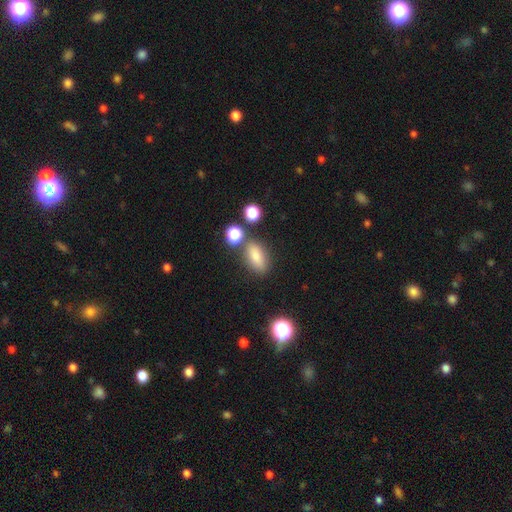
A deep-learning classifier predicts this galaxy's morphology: This appears to be a smooth galaxy with no disk features (79%) that is in between round and cigar-shaped (79%). Merging: none (71%).